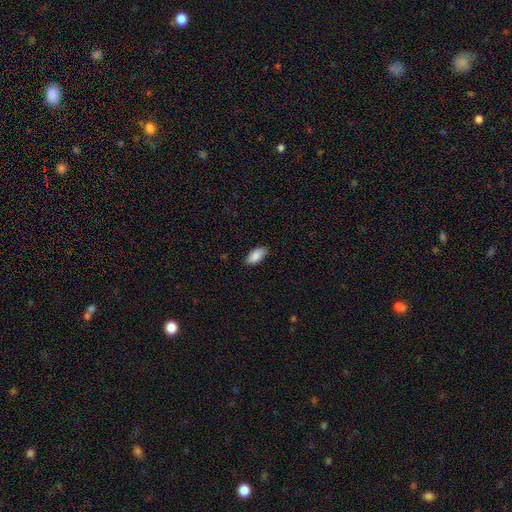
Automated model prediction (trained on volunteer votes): Smooth or featured? Predicted: smooth (p=0.89). How rounded? Predicted: in between (p=0.91). Merging? Predicted: none (p=0.85).